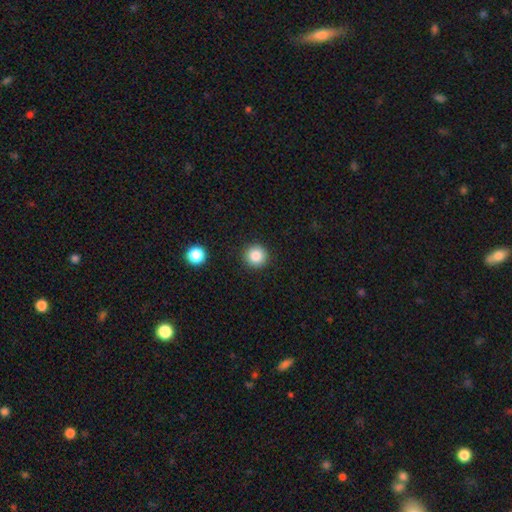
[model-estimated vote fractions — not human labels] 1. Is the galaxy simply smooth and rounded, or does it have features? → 86% smooth, 10% star or artifact, 4% featured or disk.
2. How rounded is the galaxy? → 95% round, 4% in between, 1% cigar-shaped.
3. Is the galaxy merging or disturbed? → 92% none, 5% minor disturbance, 2% major disturbance, 1% merger.